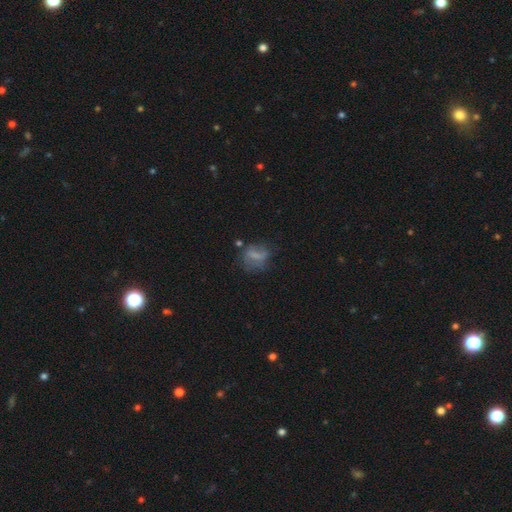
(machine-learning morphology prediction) smooth-or-featured: smooth: 50% | featured or disk: 37% | star or artifact: 13%
  how-rounded: round: 51% | in between: 47% | cigar-shaped: 3%
  merging: none: 45% | minor disturbance: 25% | major disturbance: 23% | merger: 7%